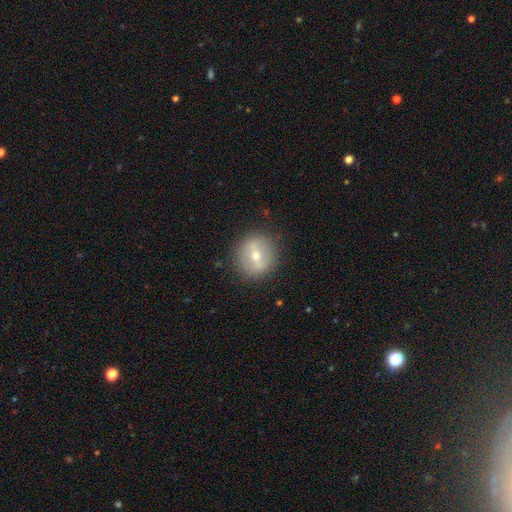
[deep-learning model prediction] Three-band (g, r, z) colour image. It shows a featured or disk galaxy (49%). Merging: none (87%).